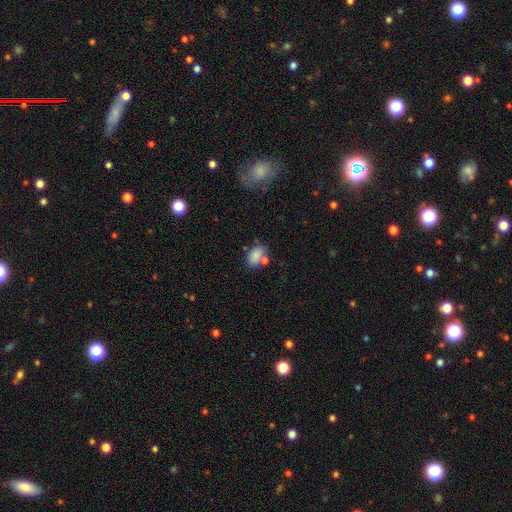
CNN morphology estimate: Smooth or featured: smooth — 82% (star or artifact — 10%)
How rounded: in between — 86% (round — 12%)
Merging: none — 56% (merger — 21%)